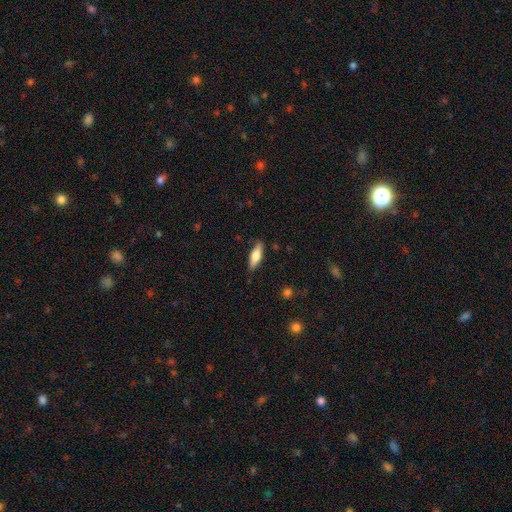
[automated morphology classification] Overall: smooth (66%; featured or disk 28%). How rounded: in between (51%; cigar-shaped 47%). Merging: none (85%).